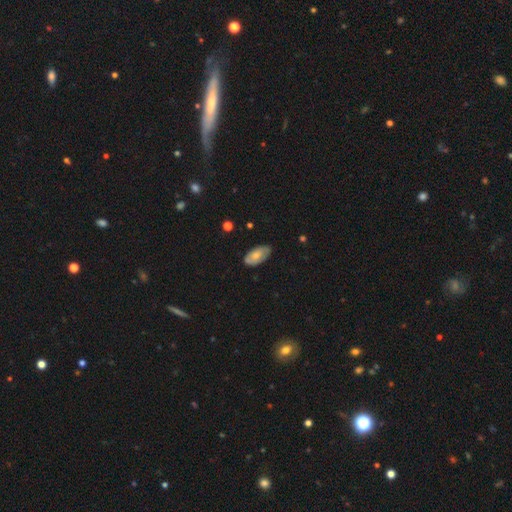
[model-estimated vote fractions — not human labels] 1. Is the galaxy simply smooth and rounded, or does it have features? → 65% smooth, 29% featured or disk, 7% star or artifact.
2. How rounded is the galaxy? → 93% in between, 3% cigar-shaped, 3% round.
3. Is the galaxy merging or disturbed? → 71% none, 24% minor disturbance, 4% major disturbance, 1% merger.